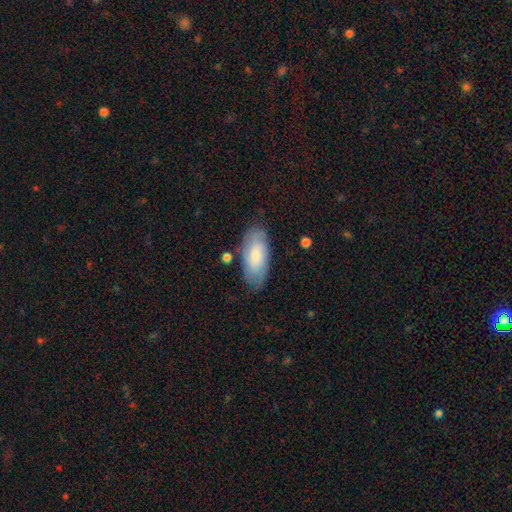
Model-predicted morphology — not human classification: smooth_or_featured: smooth (p=0.67) [alt: featured or disk p=0.27]
how_rounded: in between (p=0.89) [alt: cigar-shaped p=0.08]
merging: none (p=0.76) [alt: minor disturbance p=0.17]